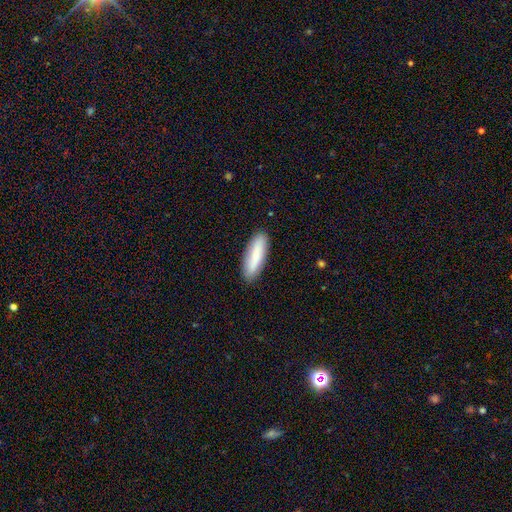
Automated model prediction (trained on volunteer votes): This is clearly a smooth galaxy (80%). How rounded: likely cigar-shaped (61%). Merging: clearly none (88%).